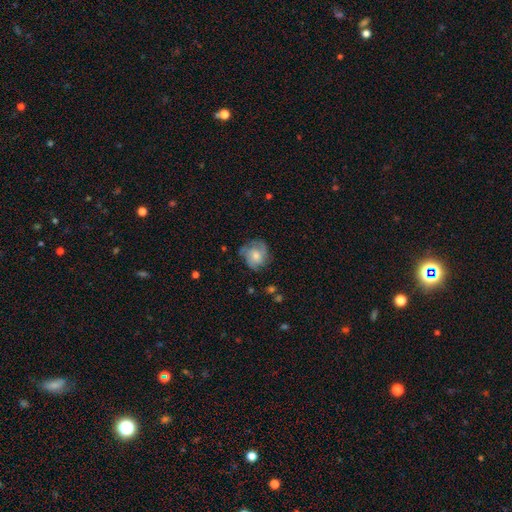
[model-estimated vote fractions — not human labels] A featured or disk galaxy (51%). Merging: none (62%).